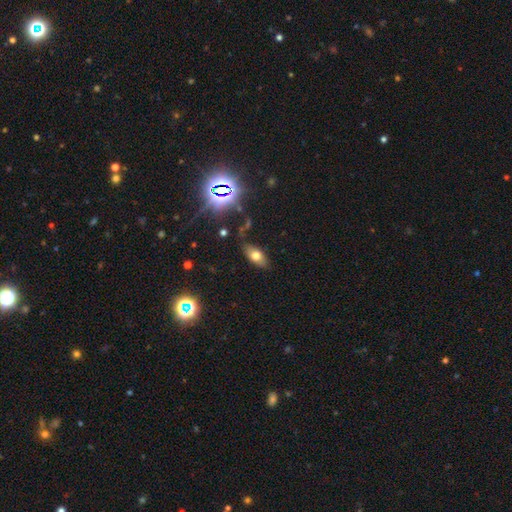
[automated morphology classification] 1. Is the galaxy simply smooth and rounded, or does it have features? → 66% smooth, 18% featured or disk, 16% star or artifact.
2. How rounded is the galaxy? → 86% in between, 8% cigar-shaped, 5% round.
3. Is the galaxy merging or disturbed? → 77% none, 15% minor disturbance, 4% major disturbance, 3% merger.